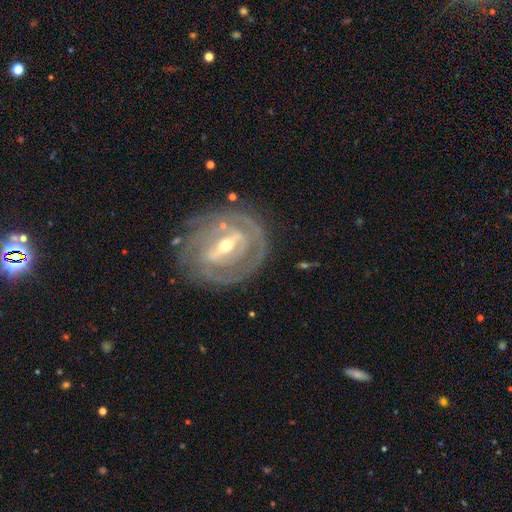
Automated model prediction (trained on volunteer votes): Smooth or featured?
  - featured or disk: 84% *
  - smooth: 9%
  - star or artifact: 7%
Edge-on disk?
  - no: 92% *
  - yes: 8%
Bar?
  - strong: 60% *
  - weak: 29%
  - no: 12%
Spiral arms?
  - yes: 79% *
  - no: 21%
Spiral winding?
  - tight: 73% *
  - medium: 21%
  - loose: 6%
Spiral arm count?
  - 2: 36% * (tied)
  - can't tell: 36% * (tied)
  - 3: 12%
  - 1: 7%
  - 4: 6%
  - more than 4: 4%
Bulge size?
  - small: 49% *
  - moderate: 47%
  - large: 3%
  - none: 1%
  - dominant: 1%
Merging?
  - none: 75% *
  - minor disturbance: 14%
  - major disturbance: 8%
  - merger: 2%